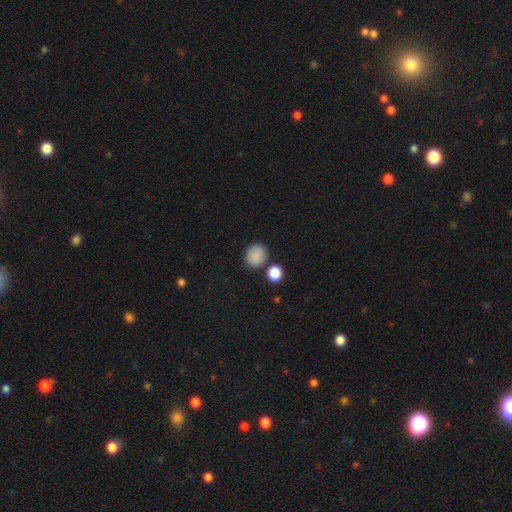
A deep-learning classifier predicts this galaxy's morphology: Smooth or featured: smooth — 86% (star or artifact — 10%)
How rounded: round — 77% (in between — 22%)
Merging: none — 77% (minor disturbance — 11%)